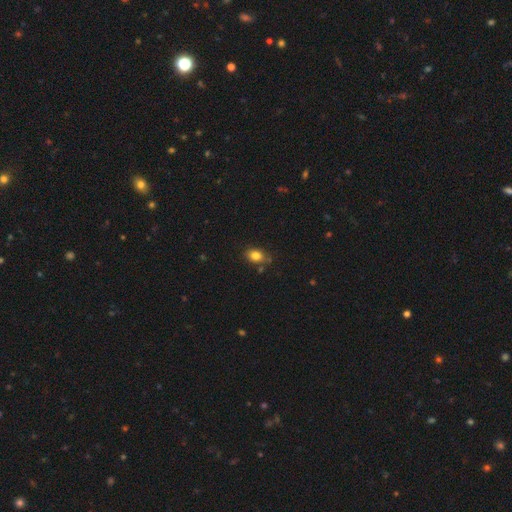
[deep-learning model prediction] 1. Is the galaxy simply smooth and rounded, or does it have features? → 82% smooth, 11% star or artifact, 7% featured or disk.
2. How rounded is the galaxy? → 64% in between, 34% round, 1% cigar-shaped.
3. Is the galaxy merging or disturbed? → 75% none, 17% minor disturbance, 4% merger, 3% major disturbance.